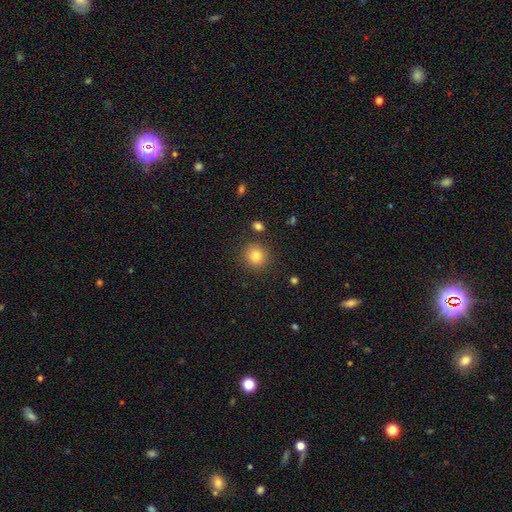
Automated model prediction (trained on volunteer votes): Overall: smooth (81%). How rounded: round (91%). Merging: none (88%).